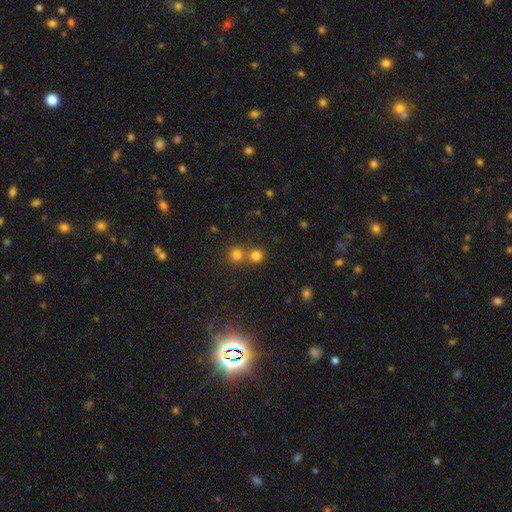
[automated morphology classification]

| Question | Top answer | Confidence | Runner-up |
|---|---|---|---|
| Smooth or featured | smooth | 76% | star or artifact (17%) |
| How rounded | round | 91% | in between (8%) |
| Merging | none | 57% | merger (35%) |